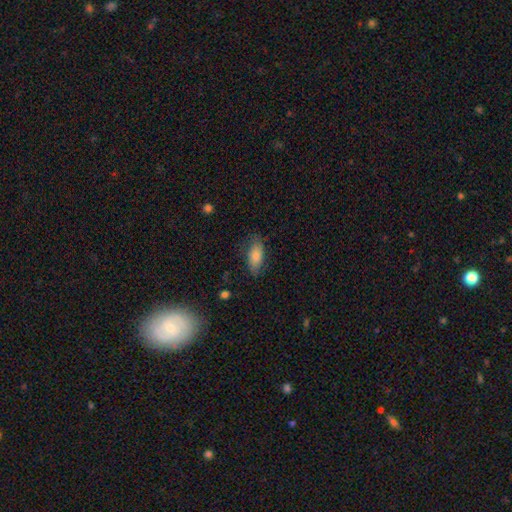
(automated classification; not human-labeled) smooth_or_featured: smooth (p=0.78) [alt: featured or disk p=0.15]
how_rounded: in between (p=0.87) [alt: cigar-shaped p=0.11]
merging: none (p=0.74) [alt: minor disturbance p=0.20]